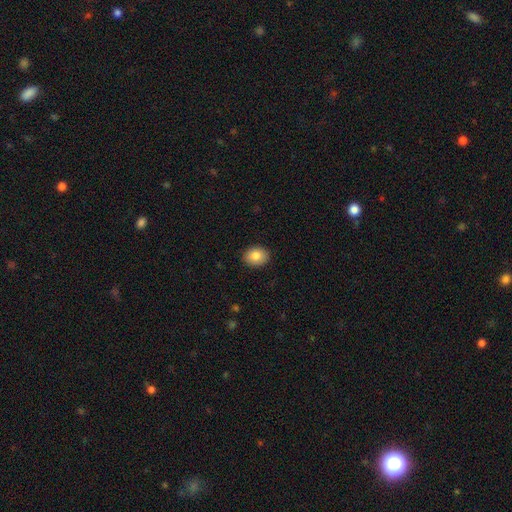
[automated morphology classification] This is clearly a smooth galaxy (85%). How rounded: possibly in between (58%). Merging: clearly none (90%).